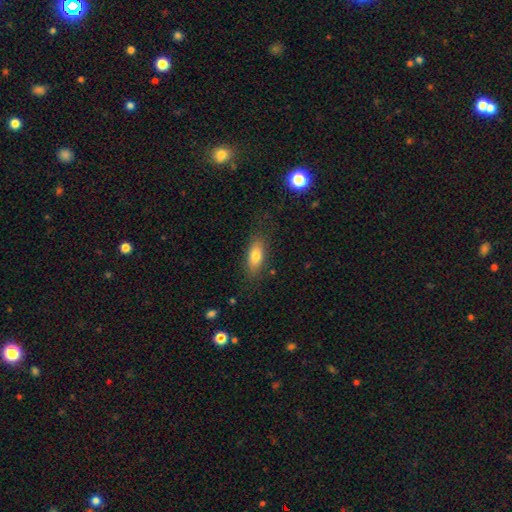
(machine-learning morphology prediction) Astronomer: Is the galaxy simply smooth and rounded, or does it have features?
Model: smooth — 76%.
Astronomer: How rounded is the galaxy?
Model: in between — 75%.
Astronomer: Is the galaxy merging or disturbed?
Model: none — 80%.